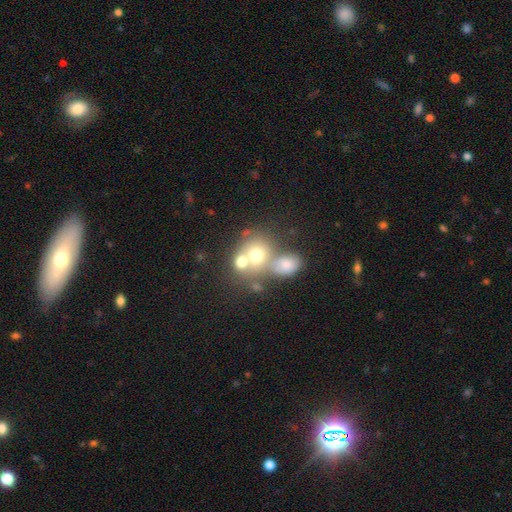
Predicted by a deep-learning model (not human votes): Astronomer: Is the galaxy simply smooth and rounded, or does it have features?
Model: smooth — 64%.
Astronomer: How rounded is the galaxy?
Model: round — 71%.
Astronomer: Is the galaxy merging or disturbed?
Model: merger — 54% (runner-up: none, 32%).